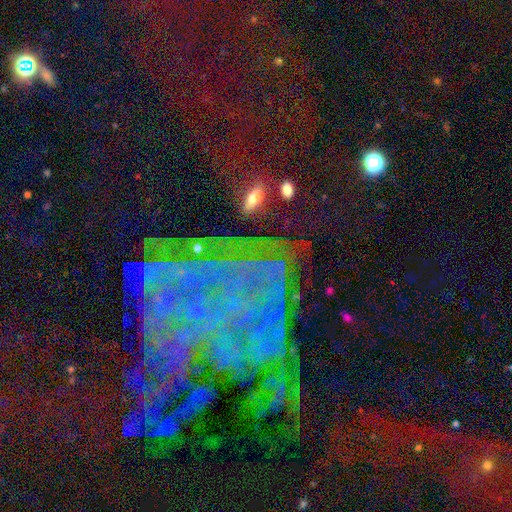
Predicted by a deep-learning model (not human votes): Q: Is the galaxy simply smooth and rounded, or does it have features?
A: star or artifact — 53%.